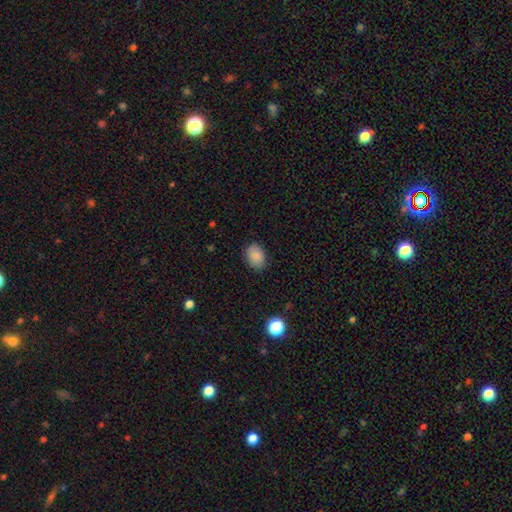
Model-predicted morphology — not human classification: Overall: smooth (86%). How rounded: in between (72%). Merging: none (84%).